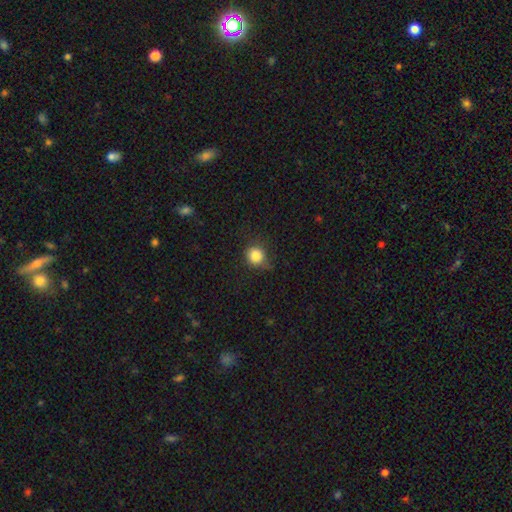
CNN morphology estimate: The model was most divided on "merging": none: 73%, minor disturbance: 20%, major disturbance: 5%, merger: 2%. More confident: how rounded — round (89%); smooth or featured — smooth (83%).